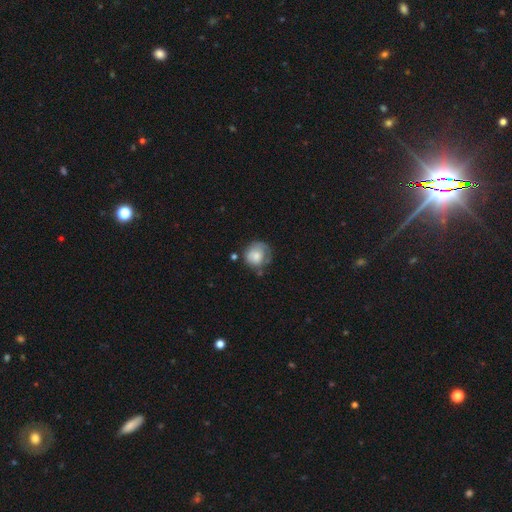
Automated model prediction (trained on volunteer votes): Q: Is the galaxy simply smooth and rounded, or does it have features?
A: smooth — 68%.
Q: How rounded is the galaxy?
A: round — 80%.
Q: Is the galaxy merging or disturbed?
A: none — 49%.